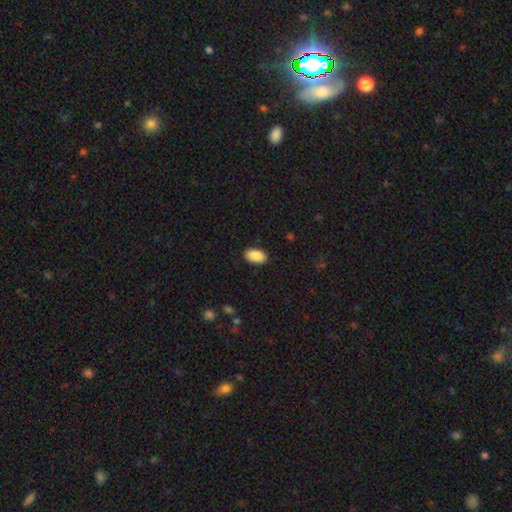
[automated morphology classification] This is clearly a smooth galaxy (90%). How rounded: clearly in between (94%). Merging: clearly none (89%).